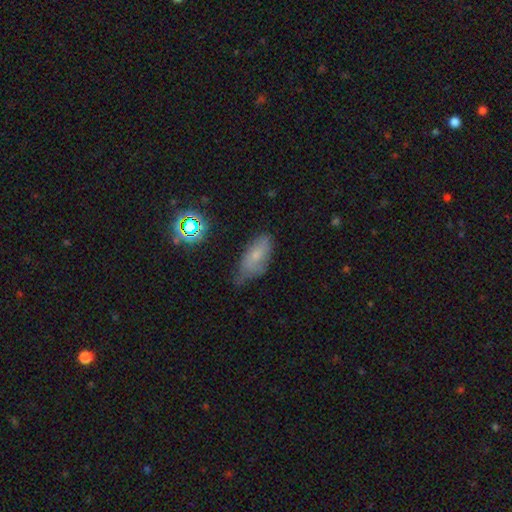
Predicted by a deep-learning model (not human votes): Smooth or featured?
  - smooth: 59% *
  - featured or disk: 27%
  - star or artifact: 13%
How rounded?
  - in between: 85% *
  - cigar-shaped: 10%
  - round: 4%
Merging?
  - none: 43% *
  - minor disturbance: 42%
  - major disturbance: 12%
  - merger: 3%